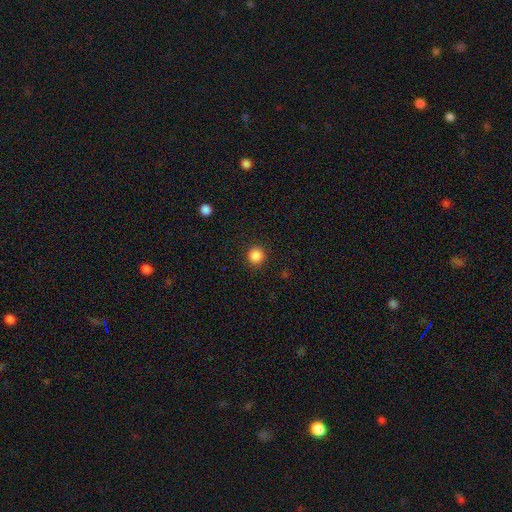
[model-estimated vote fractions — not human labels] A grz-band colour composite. It shows a smooth galaxy with no disk features (87%) that is round (94%). Merging: none (91%).